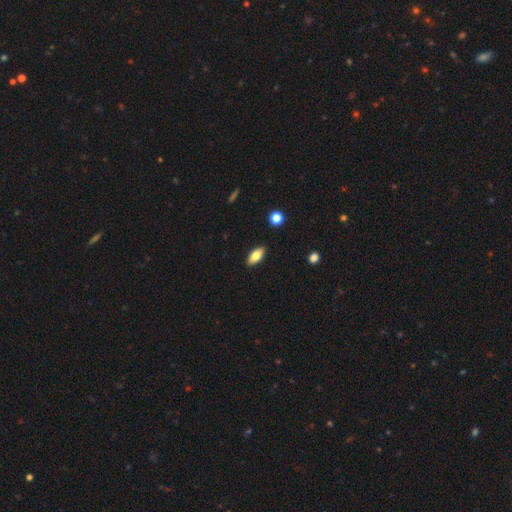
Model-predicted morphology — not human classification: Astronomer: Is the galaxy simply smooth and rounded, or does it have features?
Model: smooth — 77%.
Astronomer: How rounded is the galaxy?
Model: in between — 85%.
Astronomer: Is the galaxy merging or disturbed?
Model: none — 88%.